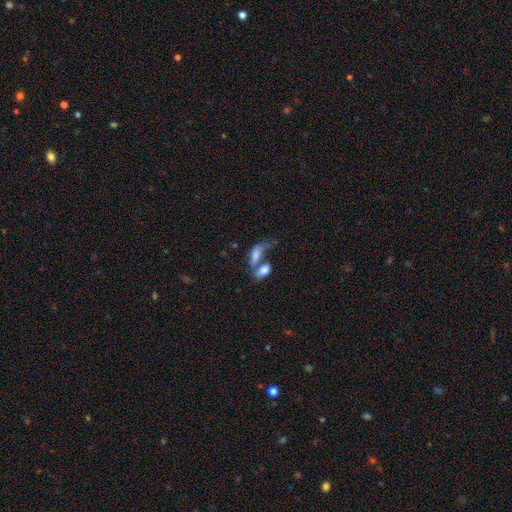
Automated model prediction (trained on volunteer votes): Overall: smooth (71%). How rounded: in between (83%). Merging: merger (55%; none 22%).